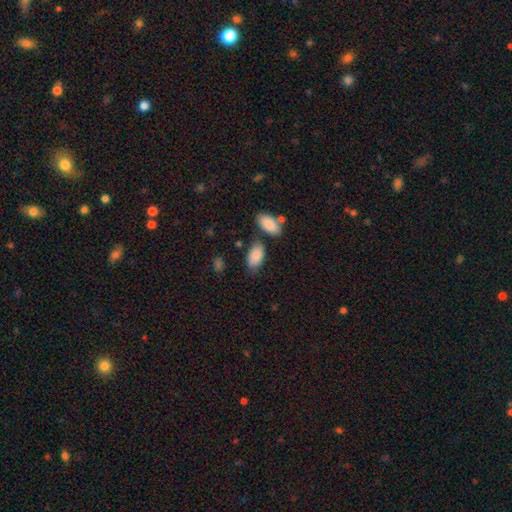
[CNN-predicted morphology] smooth_or_featured: smooth (p=0.87) [alt: star or artifact p=0.06]
how_rounded: in between (p=0.94) [alt: round p=0.03]
merging: none (p=0.67) [alt: minor disturbance p=0.18]